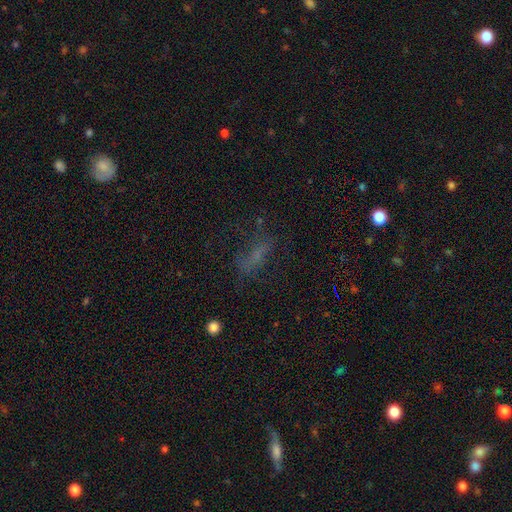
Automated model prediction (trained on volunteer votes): Overall: smooth (47%; star or artifact 27%). Merging: none (52%; major disturbance 23%).